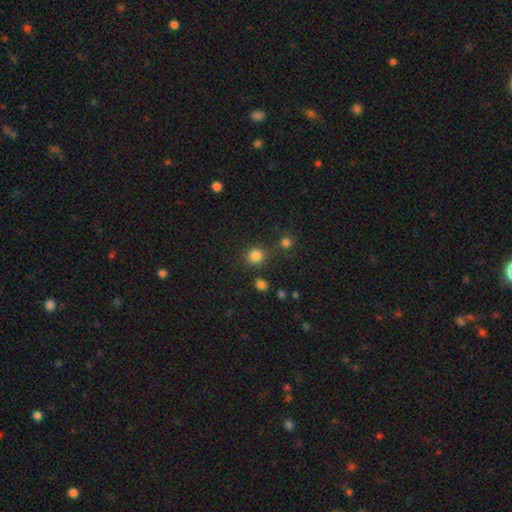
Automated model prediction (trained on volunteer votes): Q: Smooth or featured?
A: smooth (82%); runner-up: star or artifact (14%)
Q: How rounded?
A: round (90%); runner-up: in between (9%)
Q: Merging?
A: none (78%); runner-up: merger (9%)